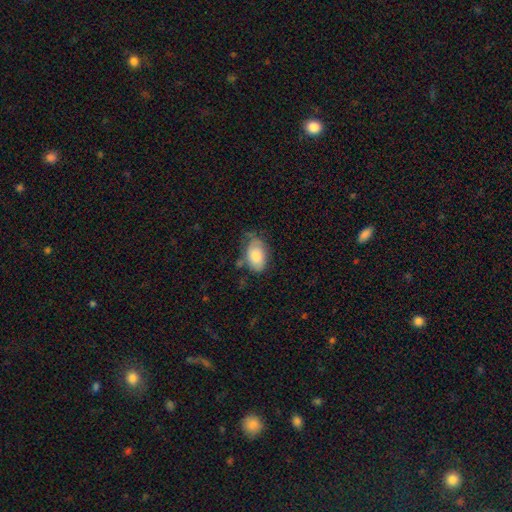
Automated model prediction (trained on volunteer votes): Overall: smooth (76%). How rounded: in between (92%). Merging: none (54%; minor disturbance 32%).